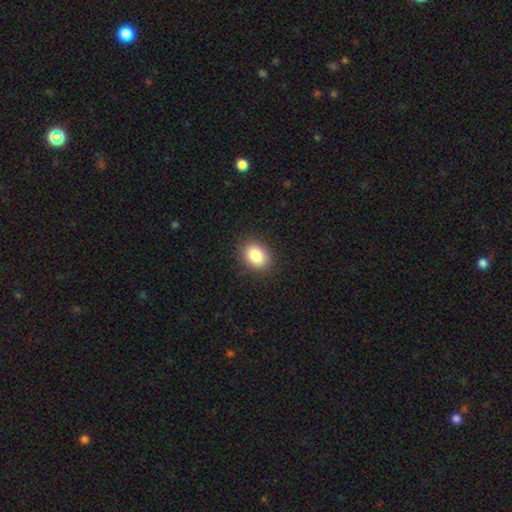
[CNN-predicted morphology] A smooth galaxy with no disk features (86%) that is in between round and cigar-shaped (67%). Merging: none (87%).